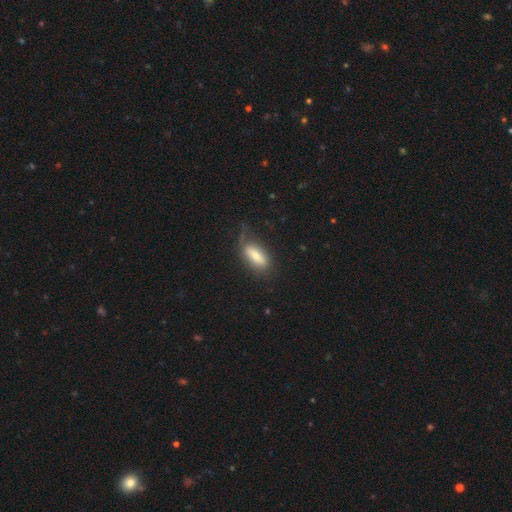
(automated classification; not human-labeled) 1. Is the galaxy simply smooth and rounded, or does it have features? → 73% smooth, 21% featured or disk, 7% star or artifact.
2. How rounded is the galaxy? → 75% in between, 22% cigar-shaped, 3% round.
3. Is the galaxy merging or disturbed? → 57% none, 27% minor disturbance, 14% major disturbance, 2% merger.